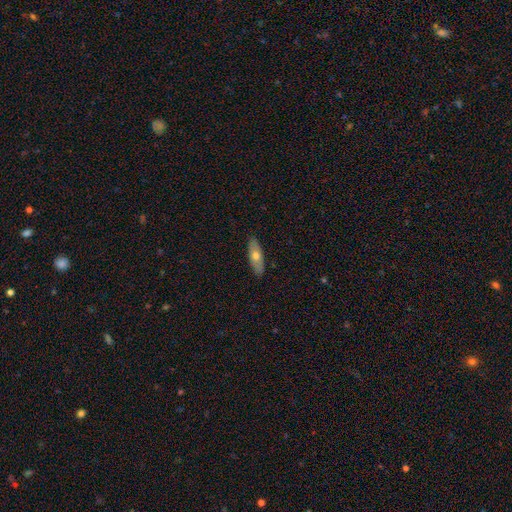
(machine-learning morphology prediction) smooth_or_featured: smooth (p=0.59) [alt: featured or disk p=0.34]
how_rounded: in between (p=0.61) [alt: cigar-shaped p=0.36]
merging: none (p=0.89) [alt: minor disturbance p=0.09]